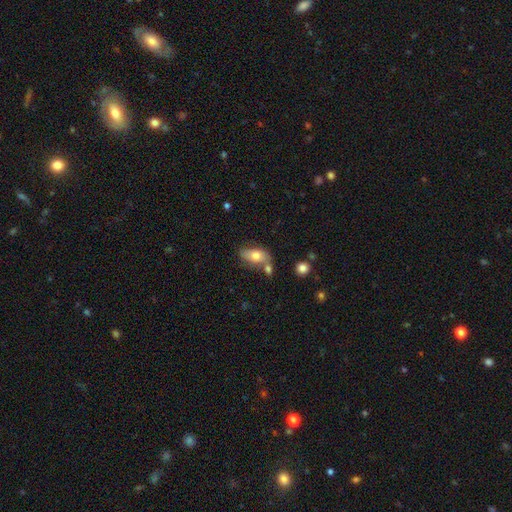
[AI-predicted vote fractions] This appears to be a smooth galaxy with no disk features (71%) that is in between round and cigar-shaped (89%). Merging: none (52%).